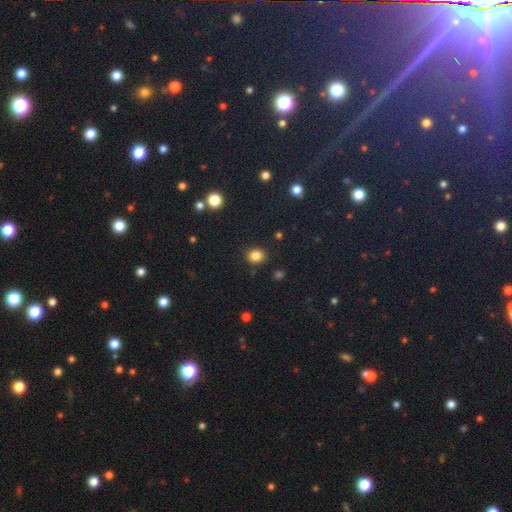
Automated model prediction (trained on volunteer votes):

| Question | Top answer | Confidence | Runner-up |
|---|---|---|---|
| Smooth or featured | smooth | 84% | star or artifact (12%) |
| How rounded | round | 72% | in between (27%) |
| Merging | none | 89% | minor disturbance (7%) |